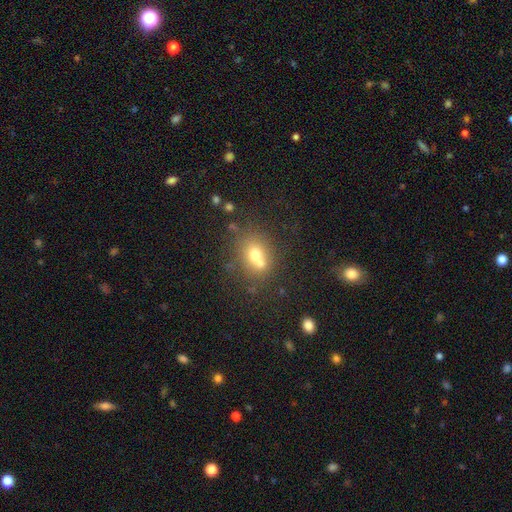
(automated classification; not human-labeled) The model was most divided on "merging": none: 44%, merger: 40%, minor disturbance: 11%, major disturbance: 5%. More confident: smooth or featured — smooth (66%); how rounded — round (60%).